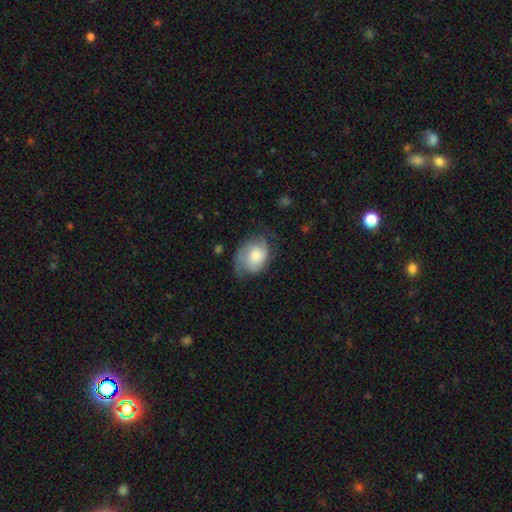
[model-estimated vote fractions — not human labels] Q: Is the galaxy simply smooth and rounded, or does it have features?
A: smooth — 51%.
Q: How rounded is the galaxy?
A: in between — 65%.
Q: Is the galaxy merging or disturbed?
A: none — 49%.